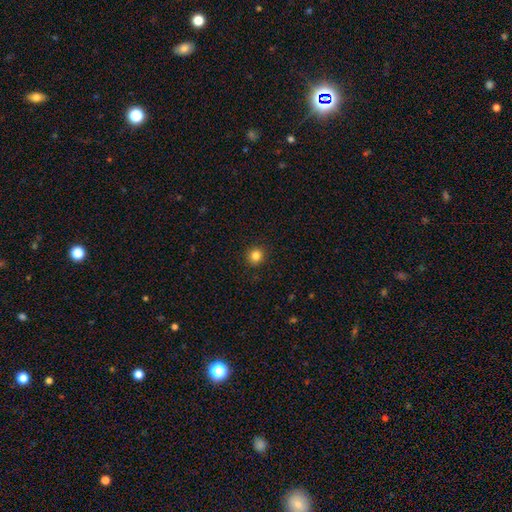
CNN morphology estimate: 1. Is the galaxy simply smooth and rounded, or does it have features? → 83% smooth, 12% star or artifact, 5% featured or disk.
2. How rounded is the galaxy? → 88% round, 11% in between, 1% cigar-shaped.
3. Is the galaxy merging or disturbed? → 92% none, 6% minor disturbance, 2% major disturbance, 1% merger.